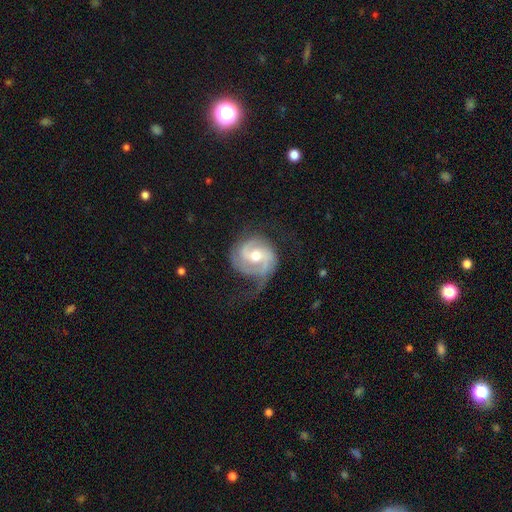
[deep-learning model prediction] Smooth or featured? Predicted: featured or disk (p=0.86). Edge-on disk? Predicted: no (p=0.98). Bar? Predicted: weak (p=0.43). Spiral arms? Predicted: yes (p=0.96). Spiral winding? Predicted: medium (p=0.46). Spiral arm count? Predicted: 2 (p=0.70). Bulge size? Predicted: moderate (p=0.74). Merging? Predicted: none (p=0.54).